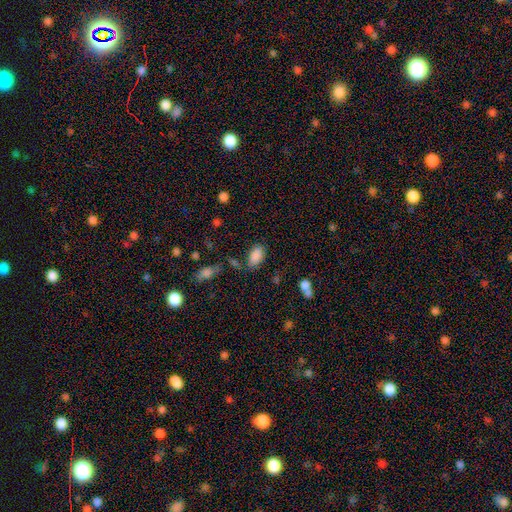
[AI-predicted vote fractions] The model was most divided on "merging": none: 71%, minor disturbance: 17%, merger: 7%, major disturbance: 5%. More confident: how rounded — in between (93%); smooth or featured — smooth (86%).